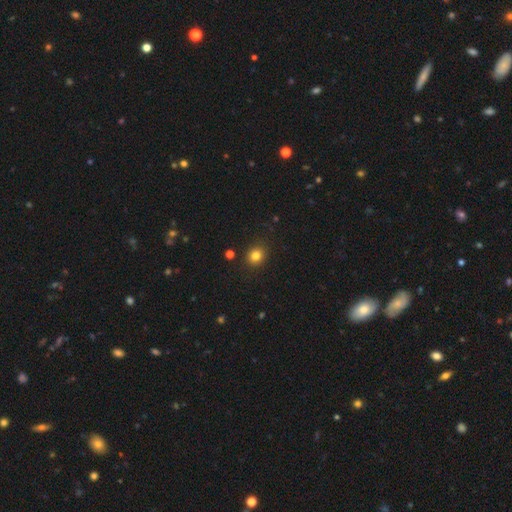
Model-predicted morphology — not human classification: Q: Smooth or featured?
A: smooth (82%); runner-up: star or artifact (13%)
Q: How rounded?
A: round (74%); runner-up: in between (25%)
Q: Merging?
A: none (89%); runner-up: minor disturbance (7%)